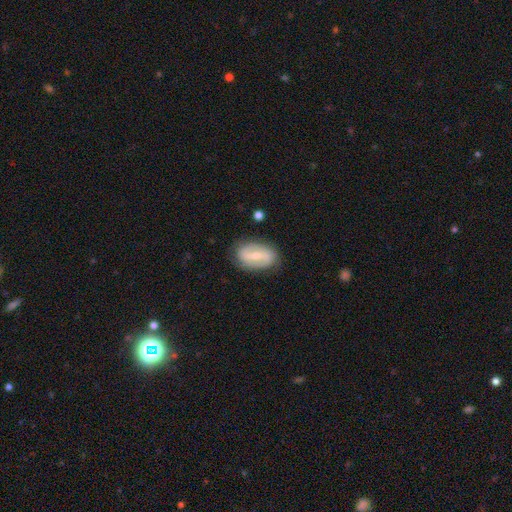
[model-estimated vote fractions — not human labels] Smooth or featured? Predicted: featured or disk (p=0.68). Edge-on disk? Predicted: no (p=0.95). Bar? Predicted: strong (p=0.48). Spiral arms? Predicted: yes (p=0.79). Spiral winding? Predicted: medium (p=0.39). Spiral arm count? Predicted: 2 (p=0.85). Bulge size? Predicted: small (p=0.55). Merging? Predicted: none (p=0.82).